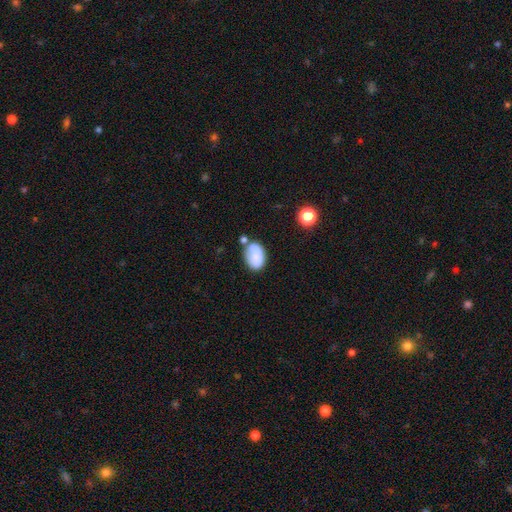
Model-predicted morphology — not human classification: smooth-or-featured: smooth: 80% | featured or disk: 11% | star or artifact: 8%
  how-rounded: in between: 86% | round: 13% | cigar-shaped: 1%
  merging: none: 57% | minor disturbance: 22% | merger: 15% | major disturbance: 7%